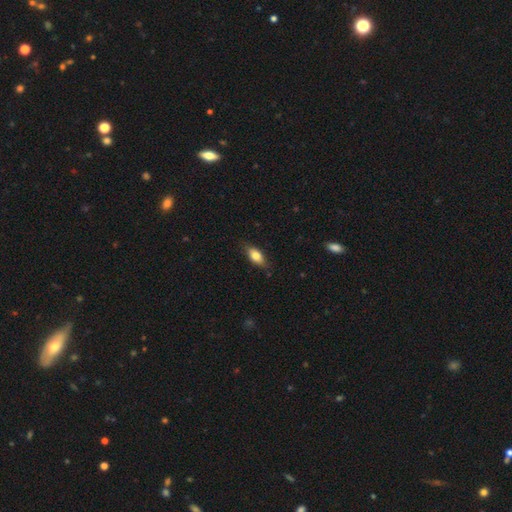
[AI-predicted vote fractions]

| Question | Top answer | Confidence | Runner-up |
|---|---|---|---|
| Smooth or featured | smooth | 77% | featured or disk (15%) |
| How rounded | in between | 84% | cigar-shaped (12%) |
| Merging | none | 81% | minor disturbance (15%) |